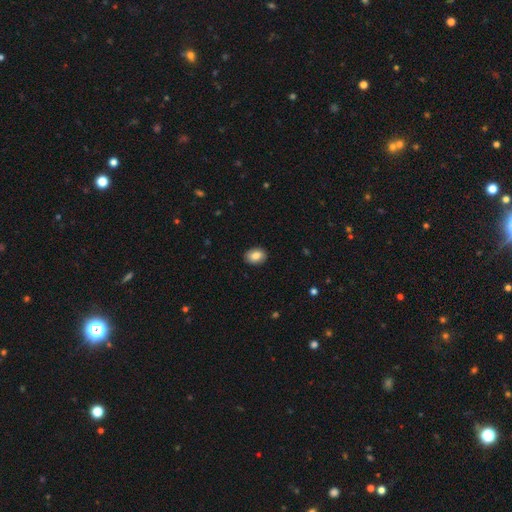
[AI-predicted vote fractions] Smooth or featured: smooth — 83% (featured or disk — 10%)
How rounded: in between — 70% (round — 29%)
Merging: none — 90% (minor disturbance — 8%)